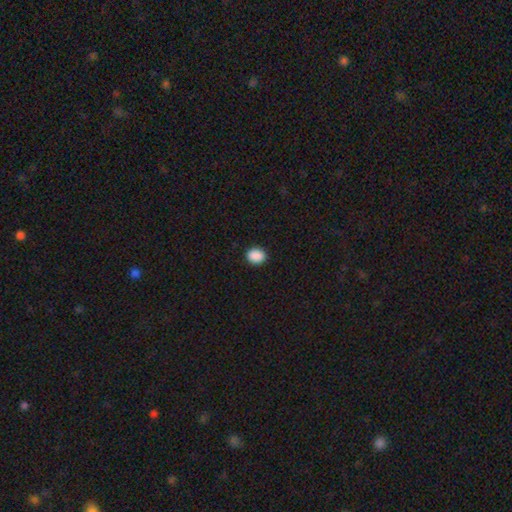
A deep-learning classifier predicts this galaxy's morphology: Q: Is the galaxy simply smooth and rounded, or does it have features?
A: smooth — 90%.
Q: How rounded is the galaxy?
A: round — 52%.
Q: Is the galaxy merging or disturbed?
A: none — 91%.